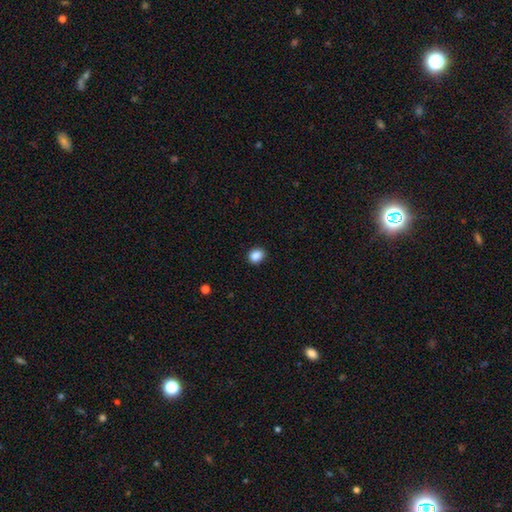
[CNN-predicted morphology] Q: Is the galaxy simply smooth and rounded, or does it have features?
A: smooth — 88%.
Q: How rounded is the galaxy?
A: round — 55%.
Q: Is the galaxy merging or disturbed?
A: none — 88%.